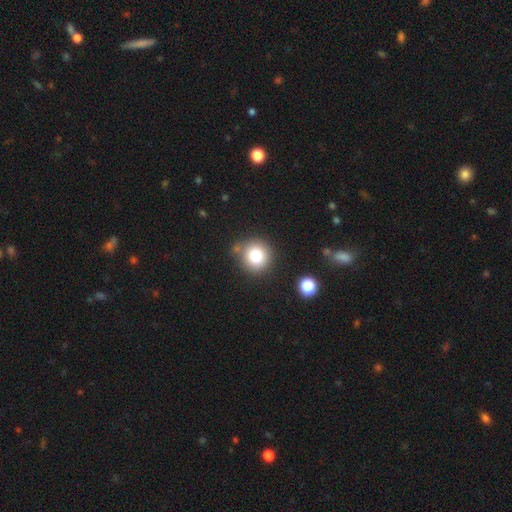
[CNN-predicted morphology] Q: Smooth or featured?
A: smooth (79%); runner-up: star or artifact (12%)
Q: How rounded?
A: round (92%); runner-up: in between (7%)
Q: Merging?
A: none (78%); runner-up: minor disturbance (11%)